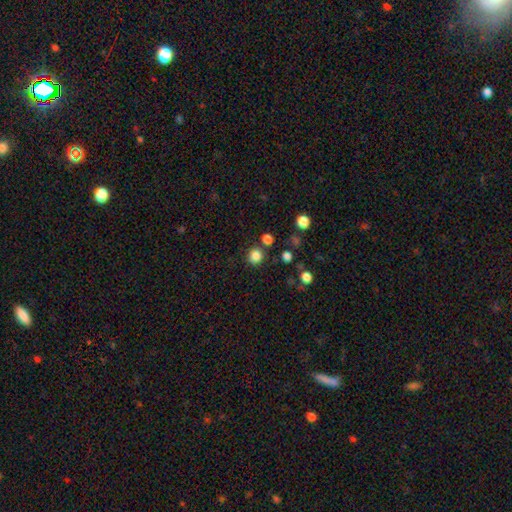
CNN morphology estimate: Overall: smooth (84%). How rounded: round (91%). Merging: none (84%).